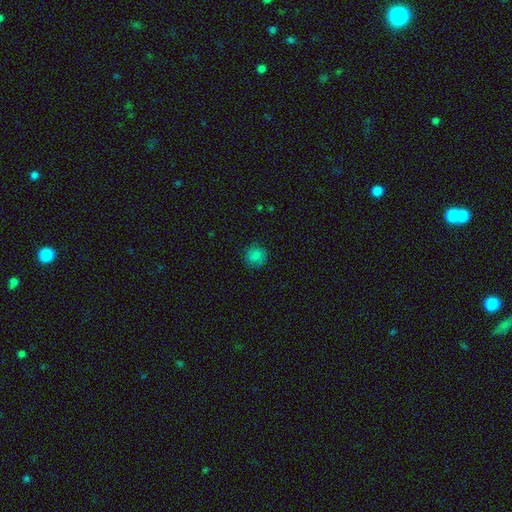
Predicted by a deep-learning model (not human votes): This is clearly a smooth galaxy (83%). How rounded: clearly round (89%). Merging: clearly none (85%).